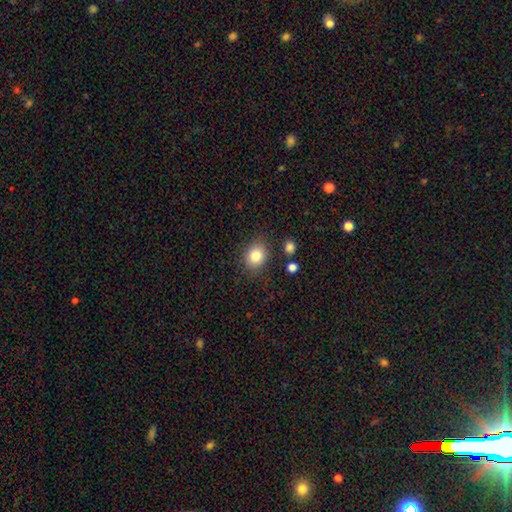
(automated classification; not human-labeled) Overall: smooth (83%). How rounded: round (61%; in between 39%). Merging: none (82%).